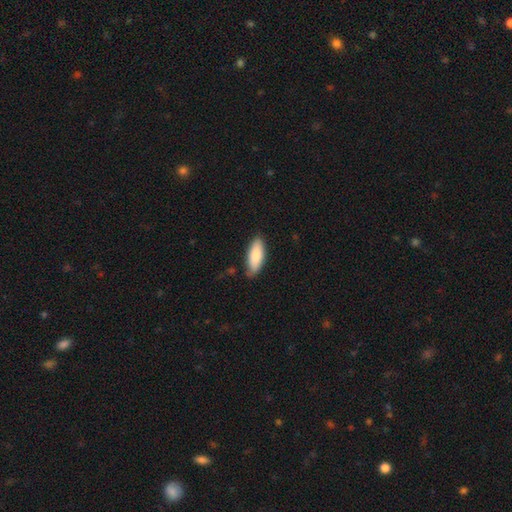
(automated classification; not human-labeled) The model was most divided on "how rounded": in between: 76%, cigar-shaped: 23%, round: 2%. More confident: smooth or featured — smooth (82%); merging — none (82%).